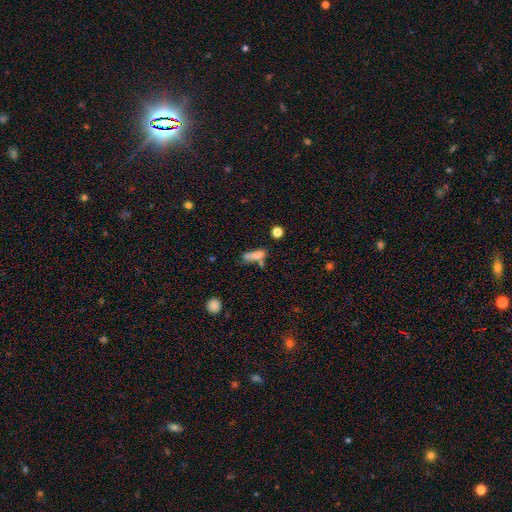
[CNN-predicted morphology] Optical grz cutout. It shows a smooth galaxy with no disk features (72%) that is cigar-shaped (47%, tied with in between). Merging: none (39%).